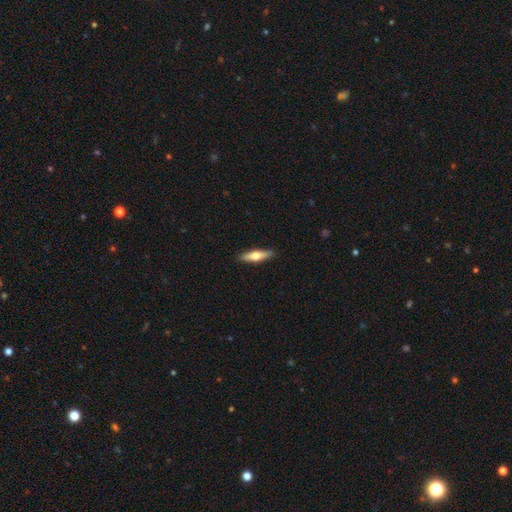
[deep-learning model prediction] Overall: smooth (49%; featured or disk 45%). Merging: none (89%).